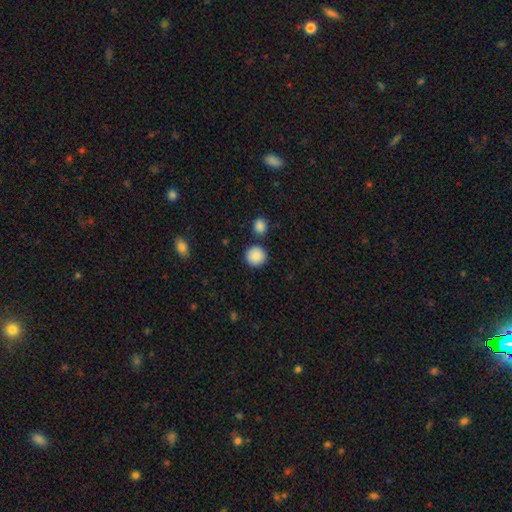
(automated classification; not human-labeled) The model was most divided on "merging": none: 84%, minor disturbance: 7%, merger: 6%, major disturbance: 2%. More confident: how rounded — round (93%); smooth or featured — smooth (89%).